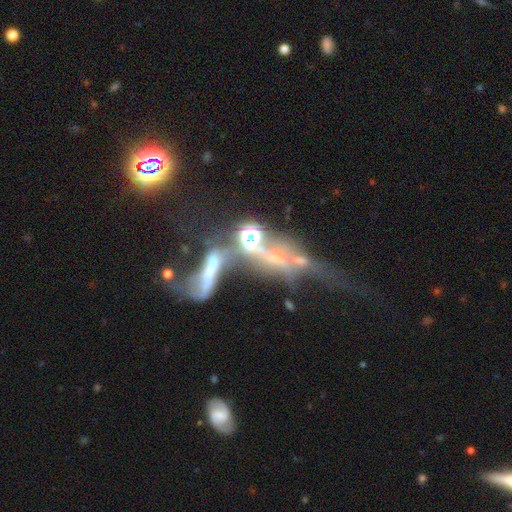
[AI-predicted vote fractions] Smooth or featured? Predicted: featured or disk (p=0.45). Merging? Predicted: merger (p=0.38).